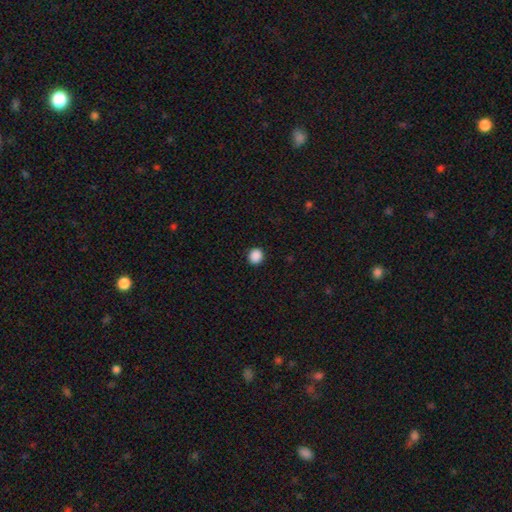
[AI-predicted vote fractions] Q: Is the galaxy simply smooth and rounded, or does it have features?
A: smooth — 89%.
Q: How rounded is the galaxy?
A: round — 89%.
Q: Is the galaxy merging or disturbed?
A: none — 93%.